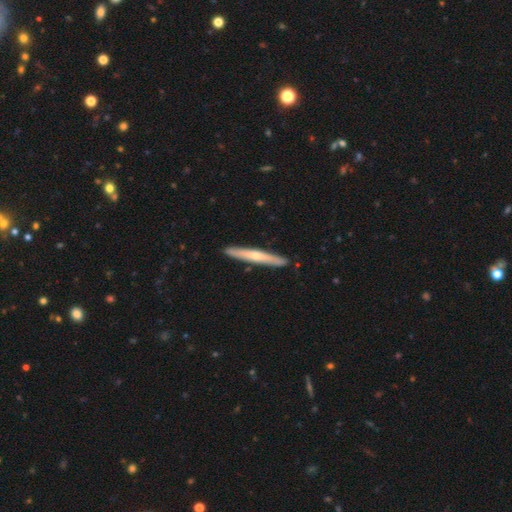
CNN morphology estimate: The model was most divided on "smooth or featured": featured or disk: 57%, smooth: 38%, star or artifact: 5%. More confident: edge-on disk — yes (94%); merging — none (90%); edge-on bulge — rounded (67%).